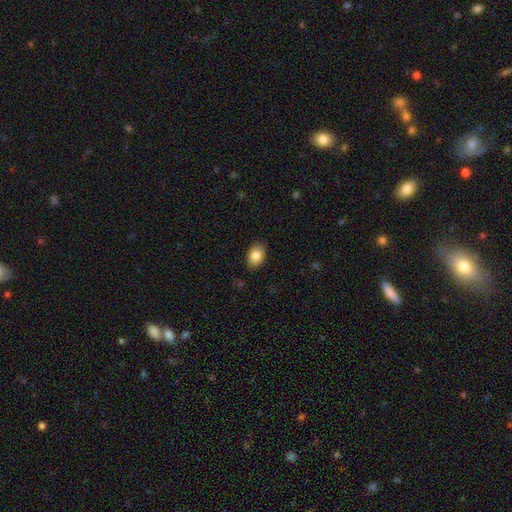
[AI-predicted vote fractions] This is clearly a smooth galaxy (84%). How rounded: clearly in between (84%). Merging: clearly none (87%).